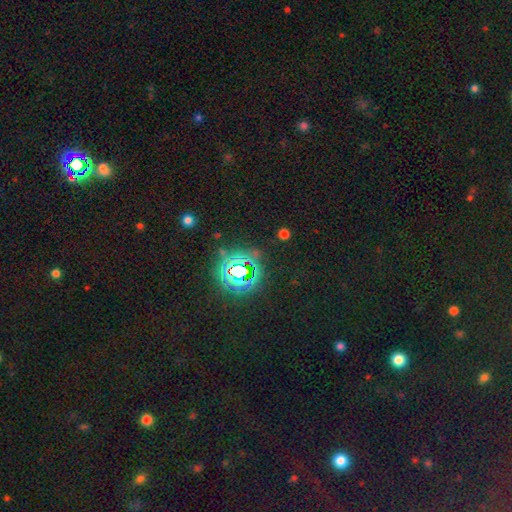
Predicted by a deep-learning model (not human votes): star or artifact 78%, smooth 14%, featured or disk 8%.